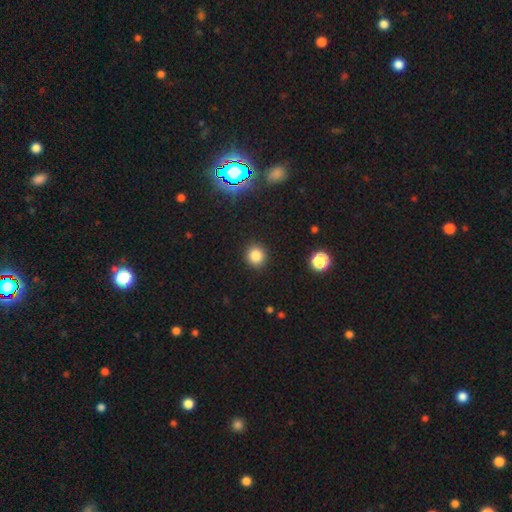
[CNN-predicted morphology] Q: Smooth or featured?
A: smooth (83%); runner-up: star or artifact (13%)
Q: How rounded?
A: round (90%); runner-up: in between (9%)
Q: Merging?
A: none (91%); runner-up: minor disturbance (6%)